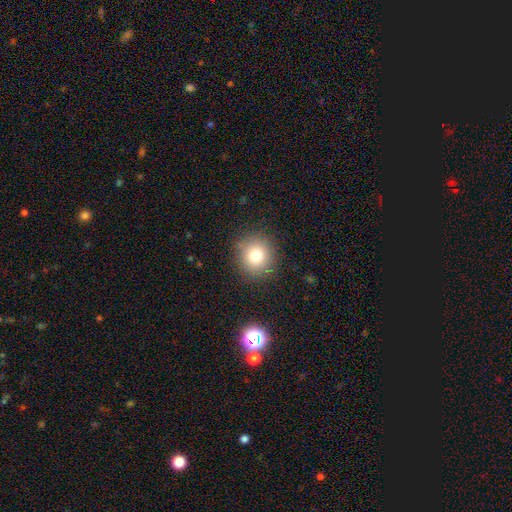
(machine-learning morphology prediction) A smooth galaxy with no disk features (76%) that is round (90%). Merging: none (87%).